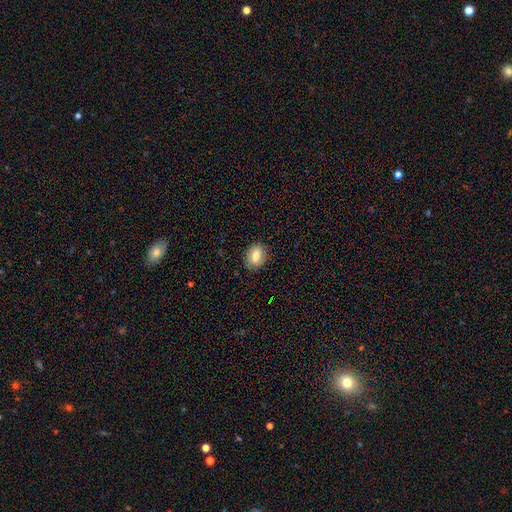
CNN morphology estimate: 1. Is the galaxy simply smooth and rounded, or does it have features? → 77% smooth, 14% featured or disk, 9% star or artifact.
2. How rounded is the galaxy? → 65% in between, 34% round, 1% cigar-shaped.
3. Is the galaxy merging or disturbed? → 85% none, 11% minor disturbance, 3% major disturbance, 1% merger.